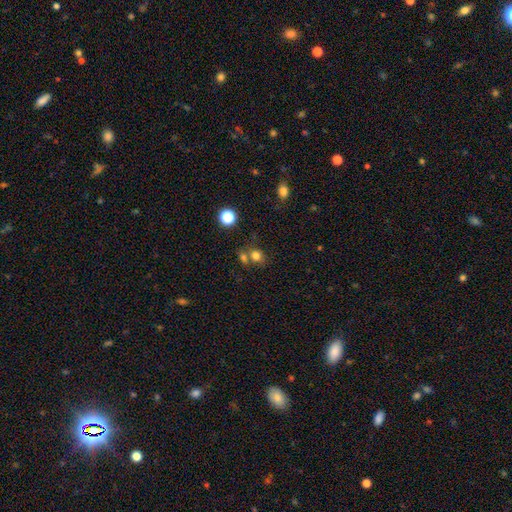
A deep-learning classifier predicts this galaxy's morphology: Smooth or featured?
  - smooth: 76% *
  - star or artifact: 16%
  - featured or disk: 9%
How rounded?
  - round: 70% *
  - in between: 29%
  - cigar-shaped: 1%
Merging?
  - none: 50% *
  - merger: 35%
  - minor disturbance: 10%
  - major disturbance: 5%